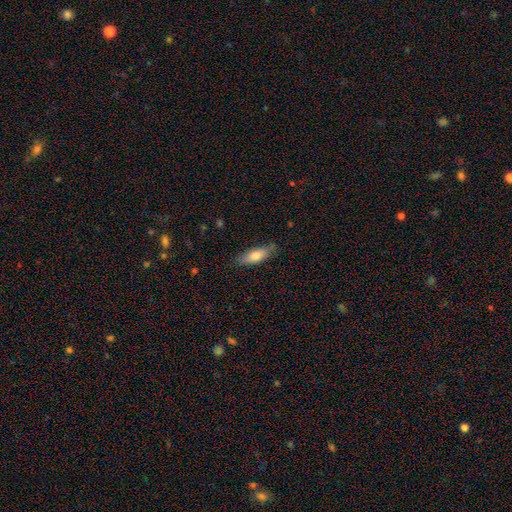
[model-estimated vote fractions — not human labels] smooth_or_featured: smooth (p=0.71) [alt: featured or disk p=0.23]
how_rounded: in between (p=0.54) [alt: cigar-shaped p=0.44]
merging: none (p=0.80) [alt: minor disturbance p=0.16]